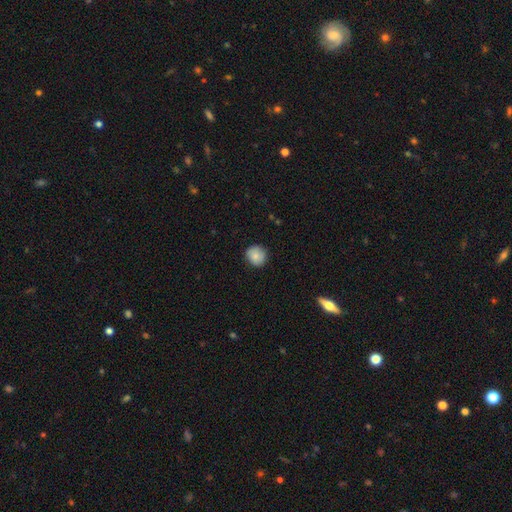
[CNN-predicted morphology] Overall: smooth (82%). How rounded: round (88%). Merging: none (82%).